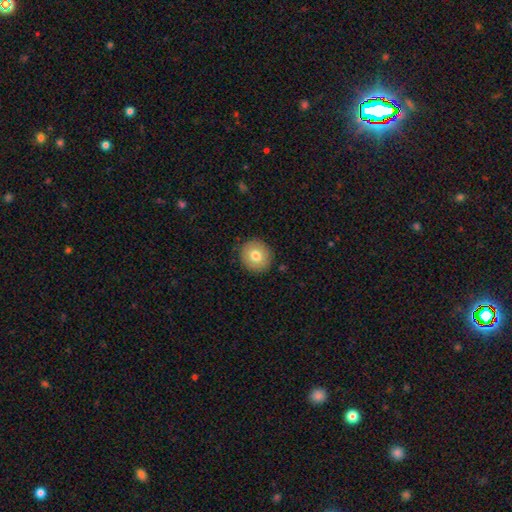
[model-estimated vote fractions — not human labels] smooth-or-featured: smooth: 77% | featured or disk: 14% | star or artifact: 9%
  how-rounded: round: 91% | in between: 8% | cigar-shaped: 1%
  merging: none: 90% | minor disturbance: 7% | major disturbance: 2% | merger: 1%